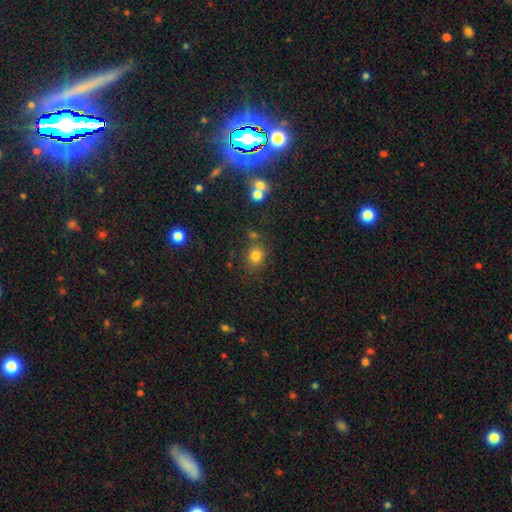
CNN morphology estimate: Q: Smooth or featured?
A: smooth (79%); runner-up: star or artifact (14%)
Q: How rounded?
A: round (71%); runner-up: in between (28%)
Q: Merging?
A: none (73%); runner-up: minor disturbance (12%)